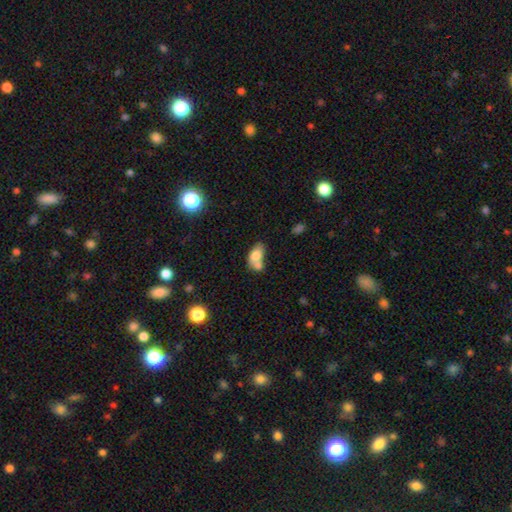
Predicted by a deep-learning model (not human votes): This is likely a smooth galaxy (71%). How rounded: clearly in between (85%). Merging: possibly merger (55%).